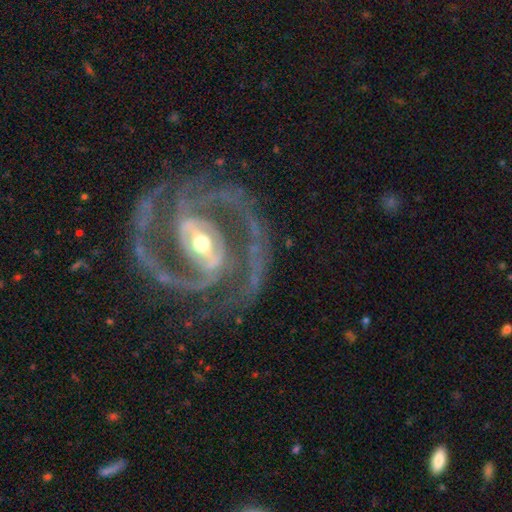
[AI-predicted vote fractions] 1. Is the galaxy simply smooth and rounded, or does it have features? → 94% featured or disk, 4% star or artifact, 2% smooth.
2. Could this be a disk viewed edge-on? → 98% no, 2% yes.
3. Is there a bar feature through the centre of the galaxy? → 59% strong, 28% weak, 13% no.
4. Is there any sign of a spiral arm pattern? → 99% yes, 1% no.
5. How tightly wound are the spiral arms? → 50% medium, 45% tight, 5% loose.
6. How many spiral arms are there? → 87% 2, 6% 3, 2% can't tell, 2% 4, 1% 1, 1% more than 4.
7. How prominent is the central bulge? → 51% moderate, 43% small, 4% large, 1% none, 1% dominant.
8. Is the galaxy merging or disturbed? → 80% none, 13% minor disturbance, 6% major disturbance, 2% merger.